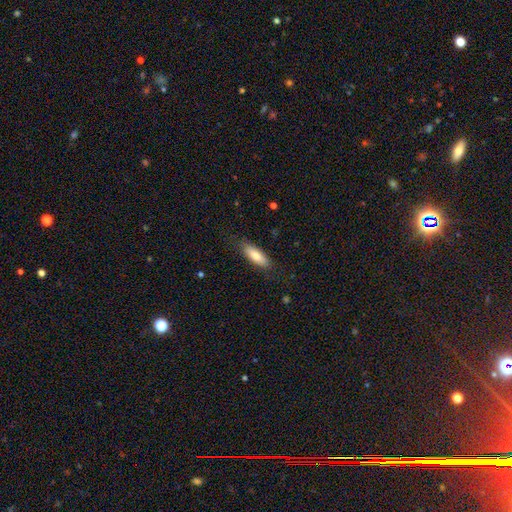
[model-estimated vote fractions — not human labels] Overall: smooth (77%). How rounded: in between (66%; cigar-shaped 32%). Merging: none (83%).